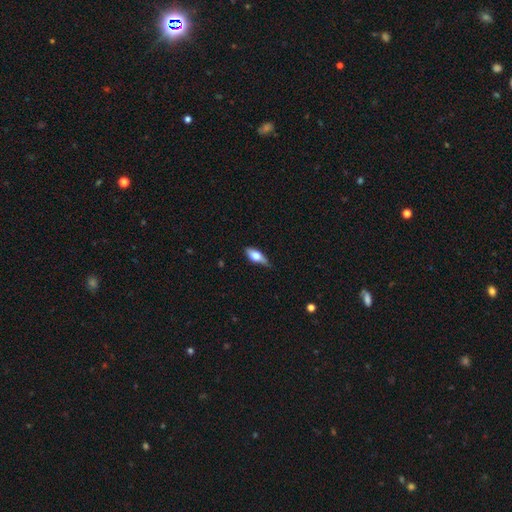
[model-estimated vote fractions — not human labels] This appears to be a smooth galaxy with no disk features (61%) that is in between round and cigar-shaped (74%). Merging: none (58%).